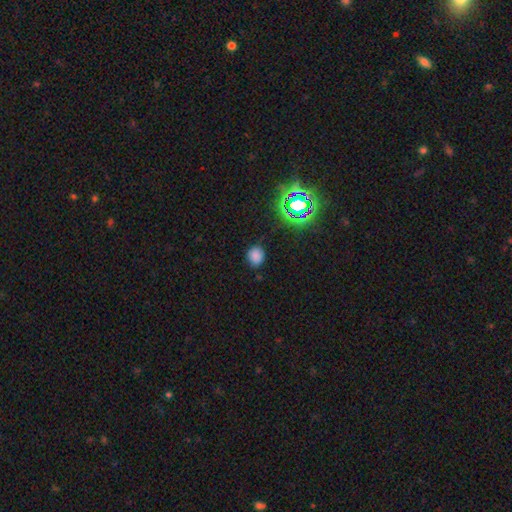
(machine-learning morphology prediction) Q: Smooth or featured?
A: smooth (75%); runner-up: star or artifact (19%)
Q: How rounded?
A: round (76%); runner-up: in between (23%)
Q: Merging?
A: none (83%); runner-up: minor disturbance (12%)